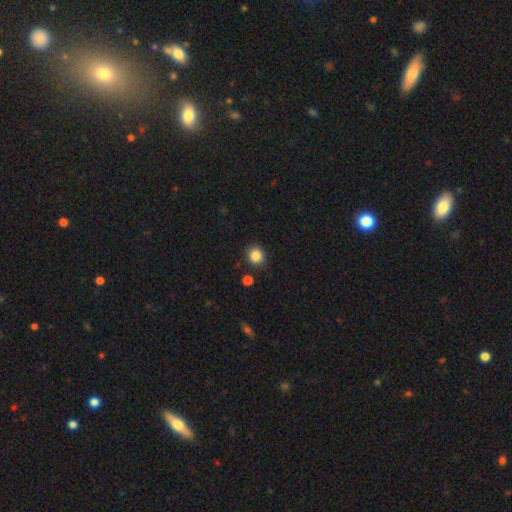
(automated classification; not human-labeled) smooth_or_featured: smooth (p=0.85) [alt: star or artifact p=0.10]
how_rounded: round (p=0.78) [alt: in between p=0.21]
merging: none (p=0.86) [alt: minor disturbance p=0.09]